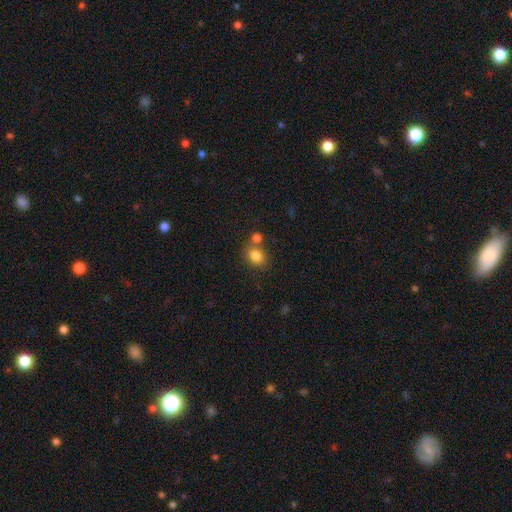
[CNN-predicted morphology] smooth_or_featured: smooth (p=0.83) [alt: star or artifact p=0.10]
how_rounded: round (p=0.52) [alt: in between p=0.47]
merging: none (p=0.63) [alt: merger p=0.22]